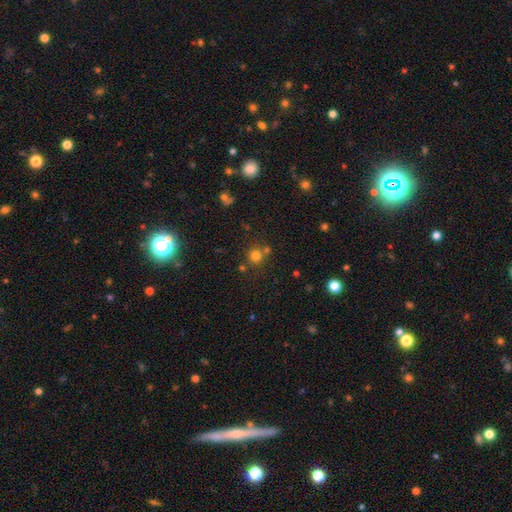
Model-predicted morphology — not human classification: Smooth or featured? smooth (75%)
How rounded? round (91%)
Merging? none (69%)